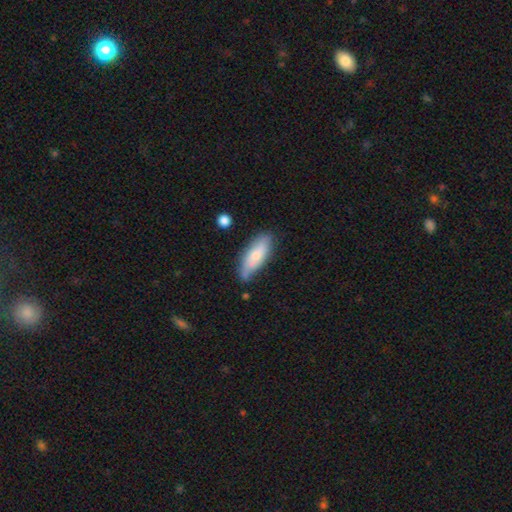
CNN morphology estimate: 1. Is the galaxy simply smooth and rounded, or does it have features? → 66% smooth, 28% featured or disk, 6% star or artifact.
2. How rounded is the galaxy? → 65% in between, 33% cigar-shaped, 2% round.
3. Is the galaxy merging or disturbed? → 64% none, 26% minor disturbance, 5% major disturbance, 4% merger.